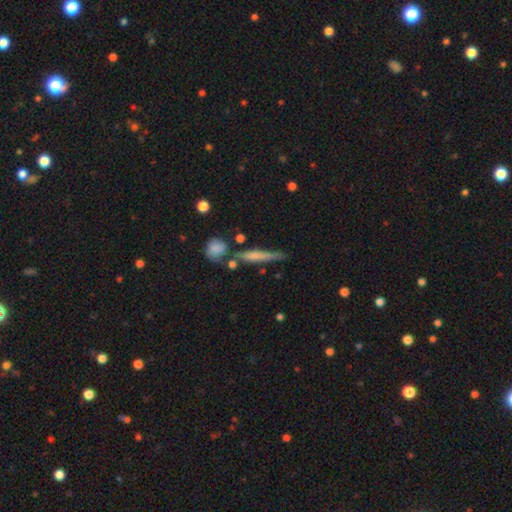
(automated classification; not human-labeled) The model was most divided on "smooth or featured": smooth: 55%, featured or disk: 37%, star or artifact: 8%. More confident: how rounded — cigar-shaped (90%); merging — none (64%).